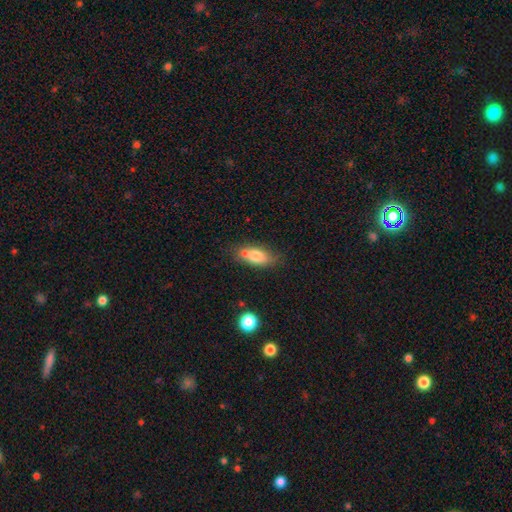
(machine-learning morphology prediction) Smooth or featured?
  - smooth: 75% *
  - featured or disk: 17%
  - star or artifact: 8%
How rounded?
  - in between: 81% *
  - cigar-shaped: 14%
  - round: 6%
Merging?
  - none: 55% *
  - merger: 23%
  - minor disturbance: 18%
  - major disturbance: 5%